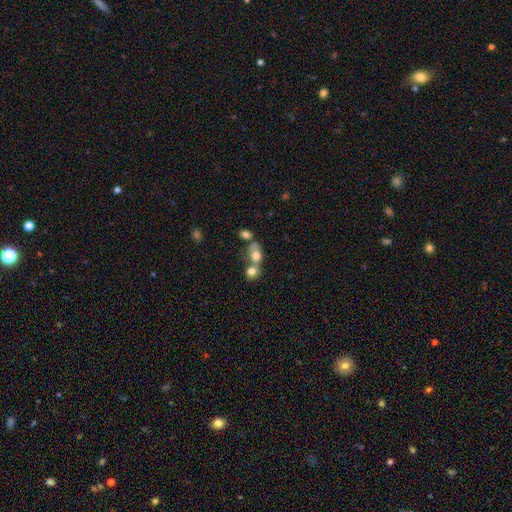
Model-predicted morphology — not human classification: Q: Smooth or featured?
A: smooth (70%); runner-up: featured or disk (19%)
Q: How rounded?
A: round (53%); runner-up: in between (45%)
Q: Merging?
A: merger (61%); runner-up: none (26%)